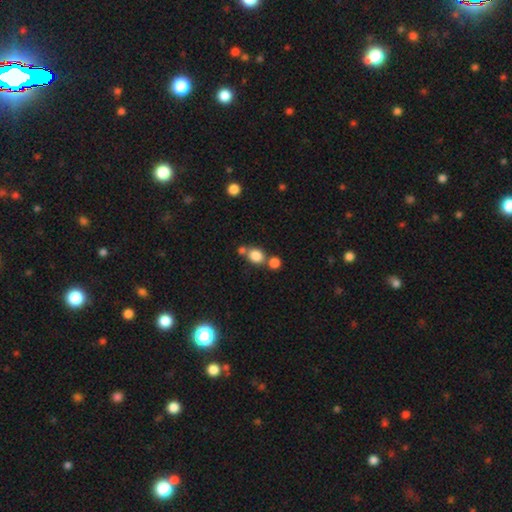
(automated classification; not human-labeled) Smooth or featured? Predicted: smooth (p=0.82). How rounded? Predicted: round (p=0.62). Merging? Predicted: none (p=0.53).